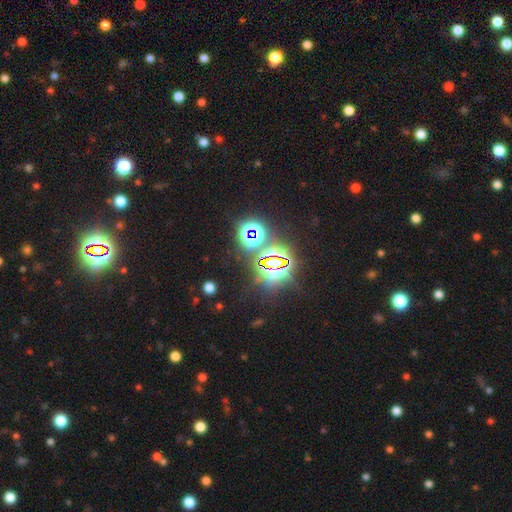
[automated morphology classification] A star or artifact, not a galaxy (75%).

Vote fractions:
- Smooth or featured? star or artifact: 75% / smooth: 19% / featured or disk: 7%